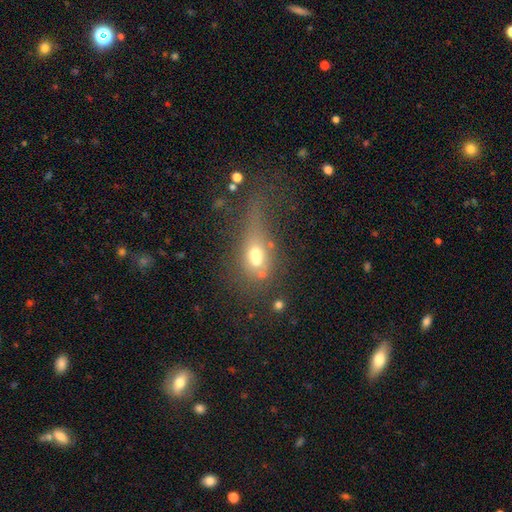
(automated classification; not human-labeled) The model was most divided on "merging": major disturbance: 35%, merger: 30%, none: 19%, minor disturbance: 15%. More confident: how rounded — in between (64%); smooth or featured — smooth (54%).